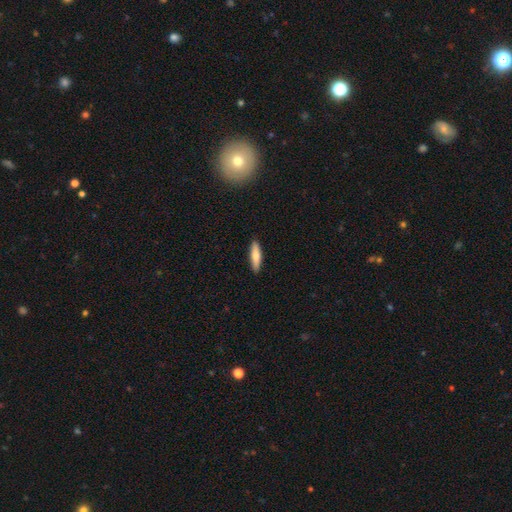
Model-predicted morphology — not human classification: smooth 73%, featured or disk 22%, star or artifact 6%. Down the decision tree: how rounded — cigar-shaped (69%); merging — none (90%).